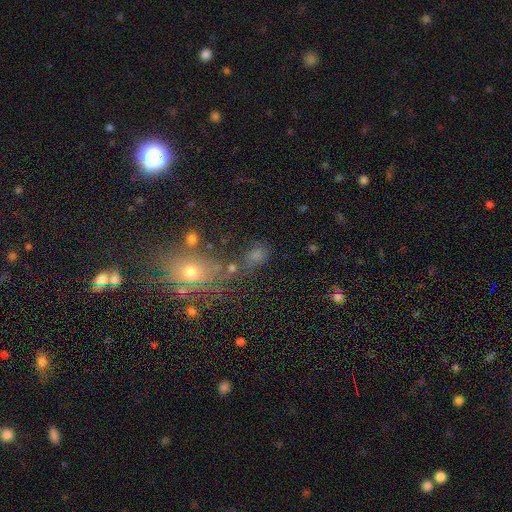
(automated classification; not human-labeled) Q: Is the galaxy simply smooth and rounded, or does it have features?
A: smooth — 60%.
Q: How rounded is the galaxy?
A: in between — 56%.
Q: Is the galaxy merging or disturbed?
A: none — 51%.